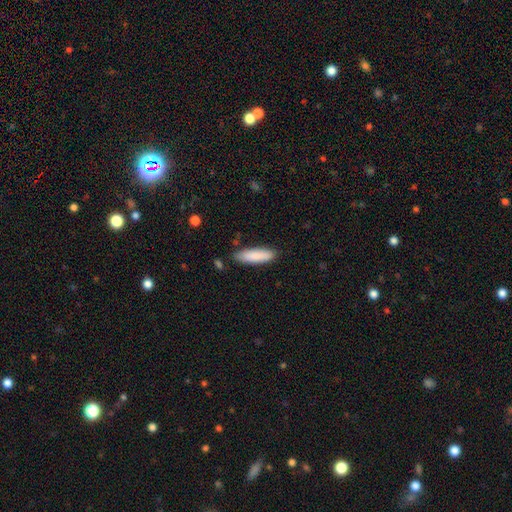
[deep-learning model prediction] A smooth galaxy with no disk features (87%) that is cigar-shaped (54%). Merging: none (82%).